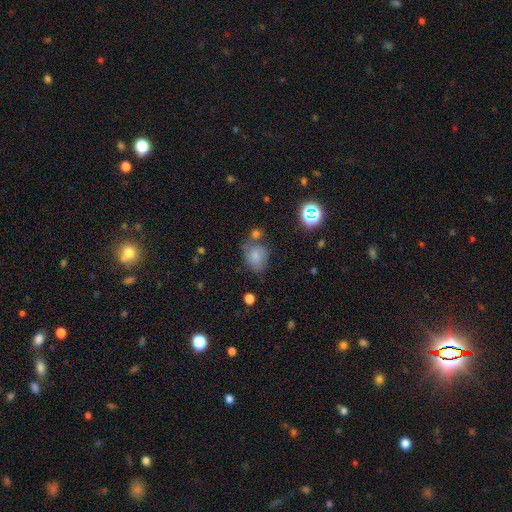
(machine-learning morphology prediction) This appears to be a smooth galaxy with no disk features (76%) that is in between round and cigar-shaped (55%). Merging: none (51%).